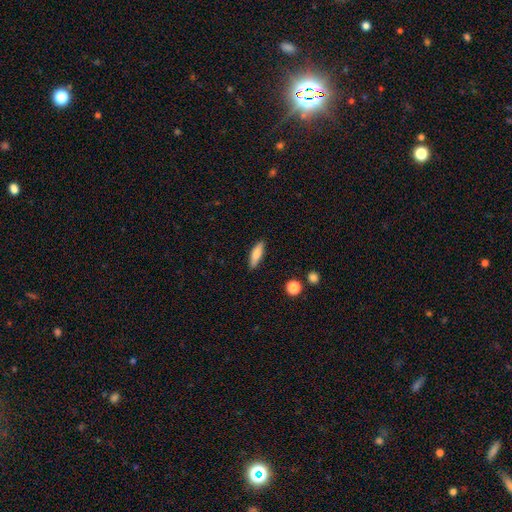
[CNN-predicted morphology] Smooth or featured: smooth — 78% (featured or disk — 15%)
How rounded: cigar-shaped — 61% (in between — 37%)
Merging: none — 87% (minor disturbance — 10%)